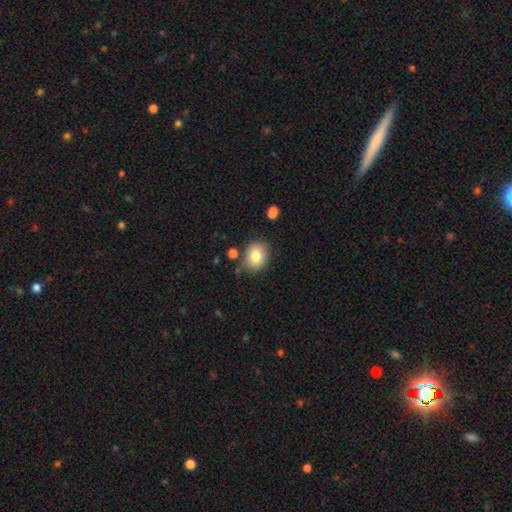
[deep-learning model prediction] Smooth or featured? Predicted: smooth (p=0.81). How rounded? Predicted: round (p=0.55). Merging? Predicted: none (p=0.78).